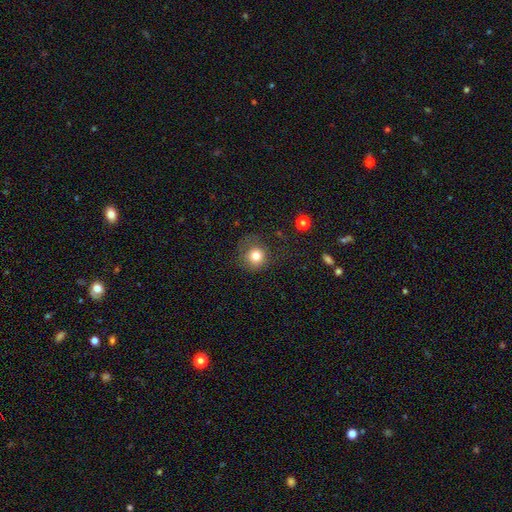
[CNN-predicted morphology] A smooth galaxy with no disk features (80%) that is round (88%). Merging: none (66%).